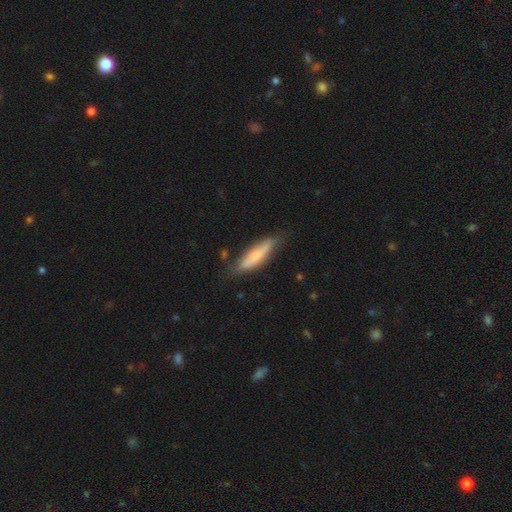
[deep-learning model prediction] Overall: smooth (65%; featured or disk 29%). How rounded: cigar-shaped (75%). Merging: none (72%).